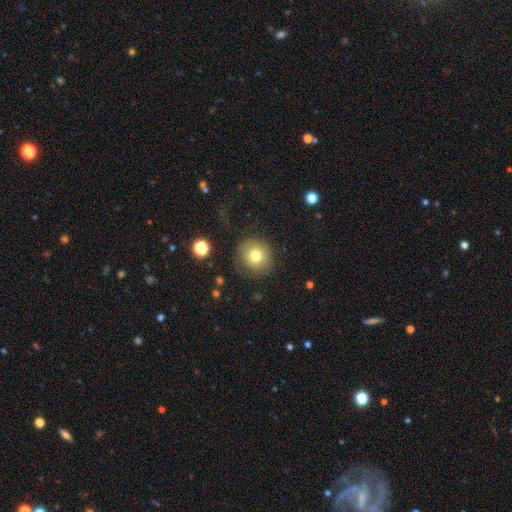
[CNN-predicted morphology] Smooth or featured? Predicted: smooth (p=0.73). How rounded? Predicted: round (p=0.91). Merging? Predicted: none (p=0.77).